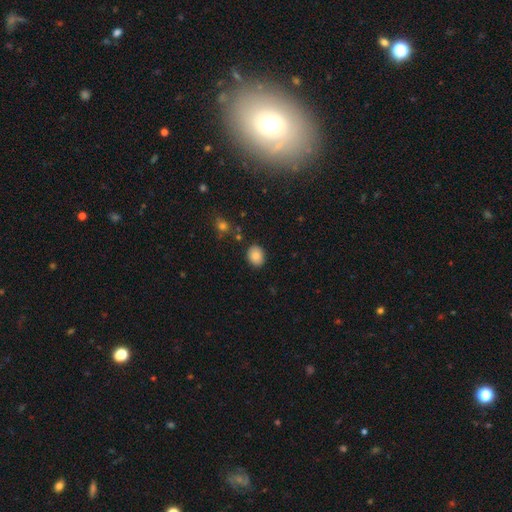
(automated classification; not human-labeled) Smooth or featured? smooth (85%)
How rounded? round (51%)
Merging? none (87%)